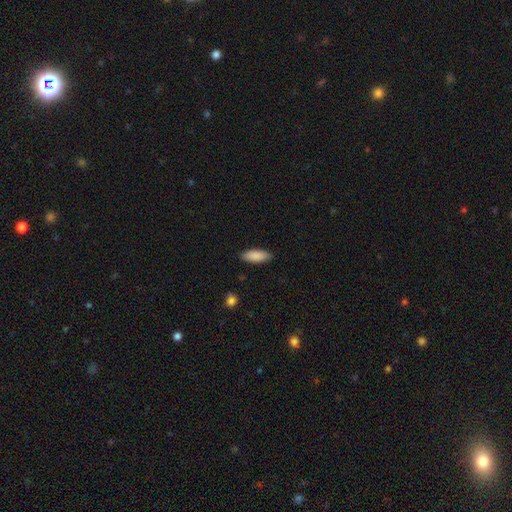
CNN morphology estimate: Smooth or featured? smooth (88%)
How rounded? in between (71%)
Merging? none (87%)